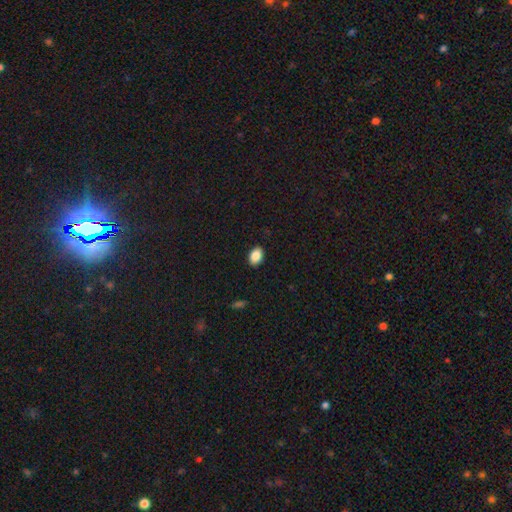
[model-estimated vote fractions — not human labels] This is clearly a smooth galaxy (88%). How rounded: clearly in between (82%). Merging: clearly none (89%).